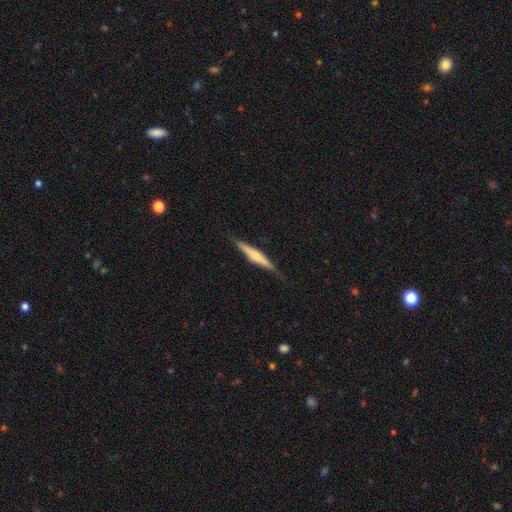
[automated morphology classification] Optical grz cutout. It shows a featured or disk galaxy (58%) viewed edge-on (96%) with a rounded central bulge (71%). Merging: none (85%).